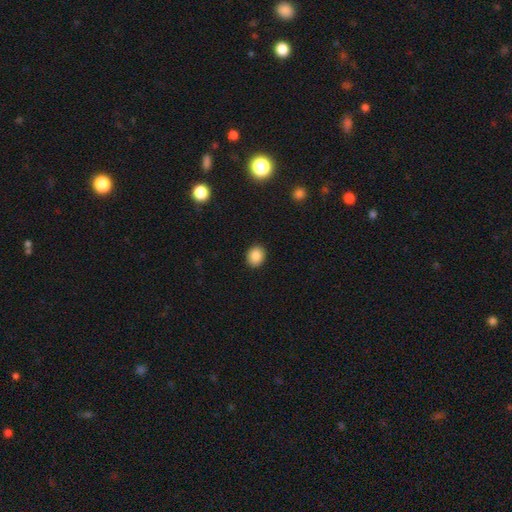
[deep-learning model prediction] This is clearly a smooth galaxy (86%). How rounded: possibly round (59%). Merging: clearly none (91%).